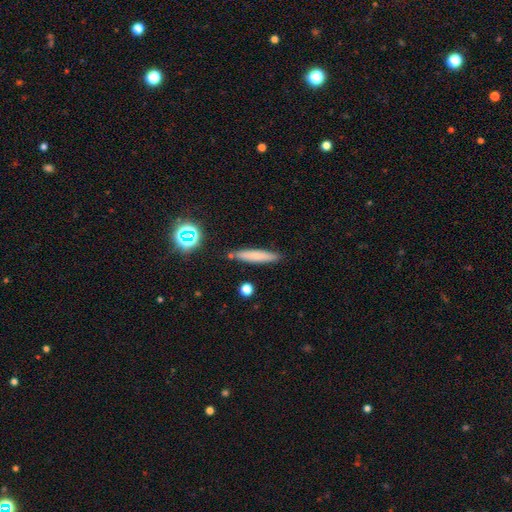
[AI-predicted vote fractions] A smooth galaxy with no disk features (71%) that is cigar-shaped (90%). Merging: none (85%).